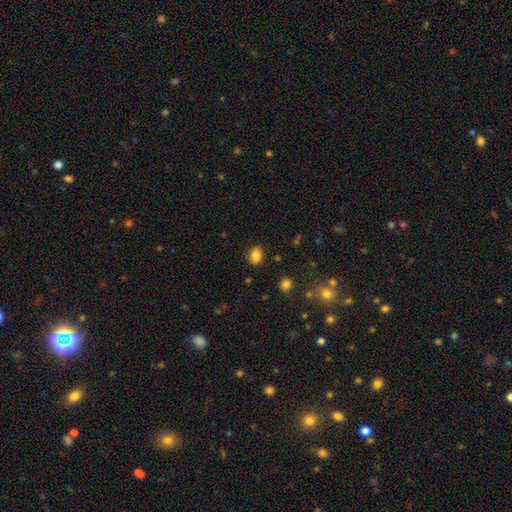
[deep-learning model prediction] This is clearly a smooth galaxy (83%). How rounded: likely in between (77%). Merging: clearly none (86%).